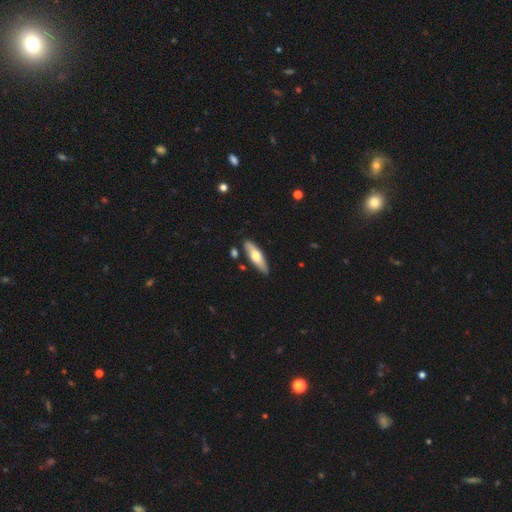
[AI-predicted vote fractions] This is possibly a smooth galaxy (58%). How rounded: possibly cigar-shaped (54%). Merging: clearly none (82%).